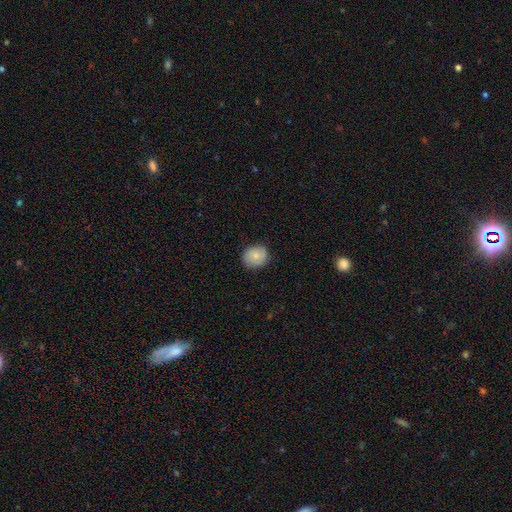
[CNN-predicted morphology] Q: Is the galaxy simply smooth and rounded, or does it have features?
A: smooth — 77%.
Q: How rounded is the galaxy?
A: round — 72%.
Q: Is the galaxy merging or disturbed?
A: none — 80%.